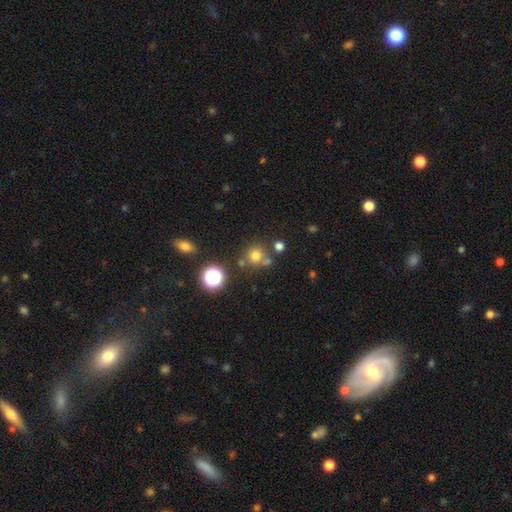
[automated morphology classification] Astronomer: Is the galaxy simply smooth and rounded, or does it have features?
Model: smooth — 71%.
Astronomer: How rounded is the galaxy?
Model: round — 89%.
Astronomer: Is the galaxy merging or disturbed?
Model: none — 68%.